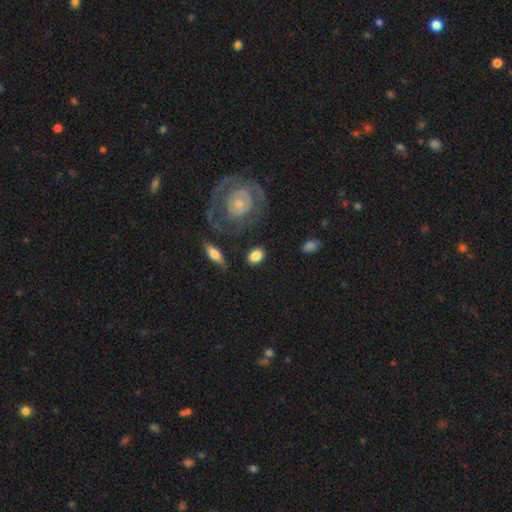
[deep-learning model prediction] The model was most divided on "how rounded": in between: 67%, round: 31%, cigar-shaped: 2%. More confident: smooth or featured — smooth (83%); merging — none (81%).